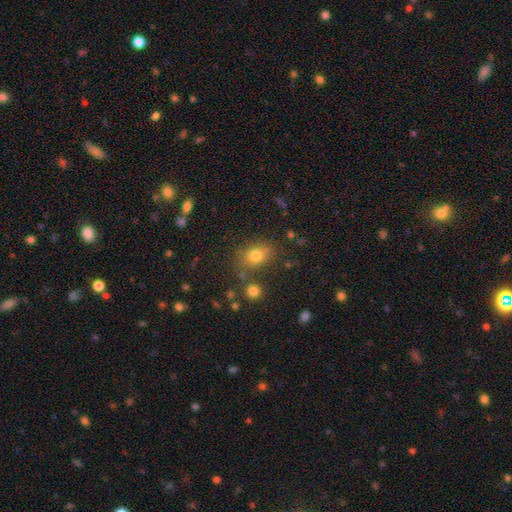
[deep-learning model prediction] smooth-or-featured: smooth: 75% | star or artifact: 15% | featured or disk: 9%
  how-rounded: in between: 57% | round: 42% | cigar-shaped: 1%
  merging: none: 72% | minor disturbance: 14% | merger: 8% | major disturbance: 5%